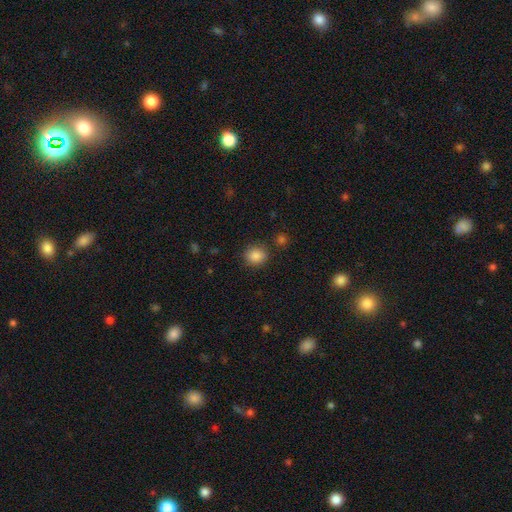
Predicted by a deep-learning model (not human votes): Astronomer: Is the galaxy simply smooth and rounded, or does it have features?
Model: smooth — 86%.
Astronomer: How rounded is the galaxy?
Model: round — 75%.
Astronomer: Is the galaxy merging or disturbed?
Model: none — 85%.